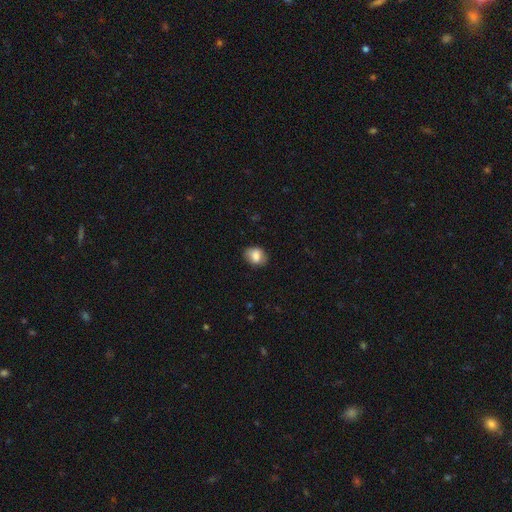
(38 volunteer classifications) Q: Smooth or featured?
A: smooth (82%); runner-up: featured or disk (11%)
Q: How rounded?
A: in between (58%); runner-up: round (42%)
Q: Merging?
A: none (89%); runner-up: minor disturbance (11%)